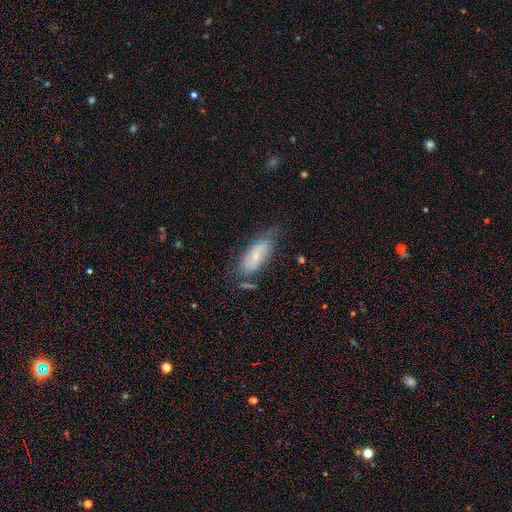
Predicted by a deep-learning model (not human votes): The model was most divided on "smooth or featured": smooth: 53%, featured or disk: 37%, star or artifact: 10%. More confident: how rounded — in between (75%); merging — none (56%).